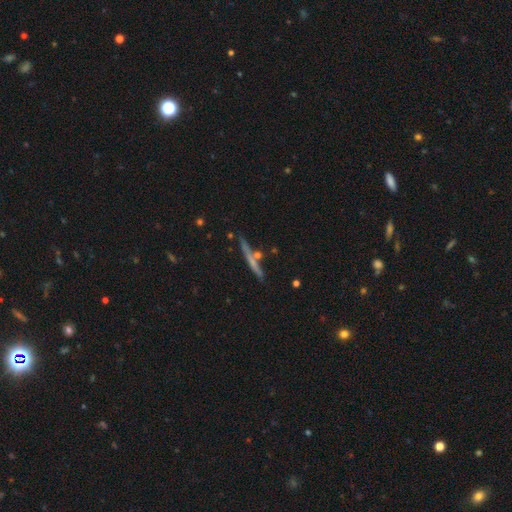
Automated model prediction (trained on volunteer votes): Smooth or featured? featured or disk (54%)
Edge-on disk? yes (95%)
Edge-on bulge? none (69%)
Merging? none (79%)